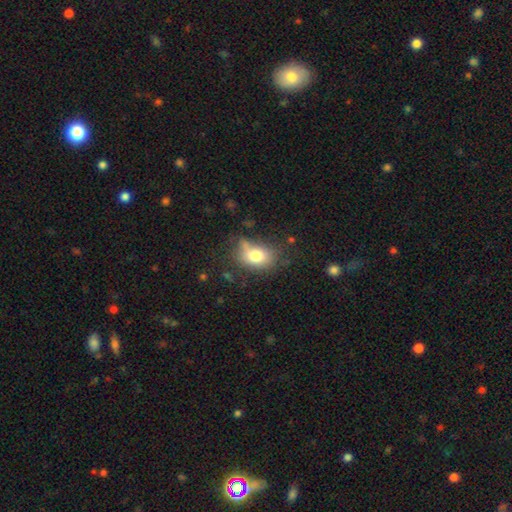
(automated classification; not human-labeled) Overall: smooth (75%). How rounded: in between (71%). Merging: none (59%; minor disturbance 25%).